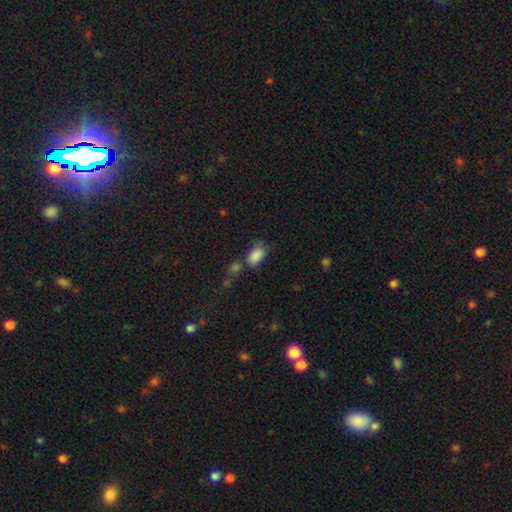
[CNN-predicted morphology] type=smooth (84%); roundness=in between (91%); merging=none (42%).